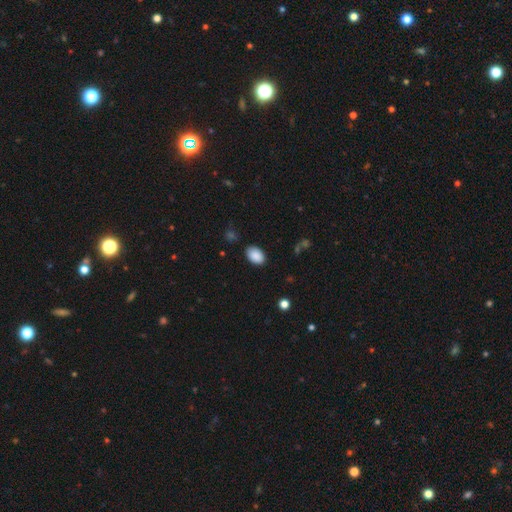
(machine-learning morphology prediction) smooth 89%, star or artifact 7%, featured or disk 3%. Down the decision tree: how rounded — in between (89%); merging — none (84%).